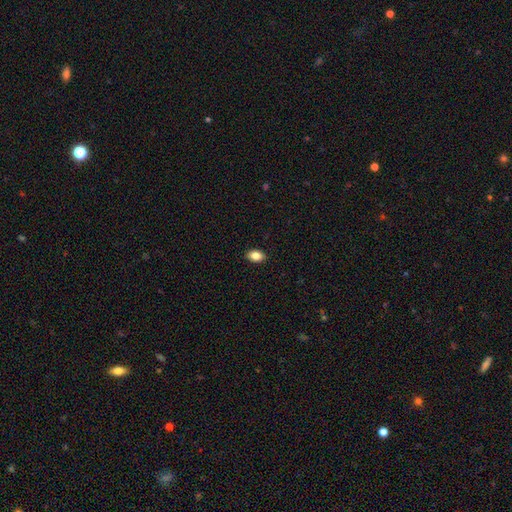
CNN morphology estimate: The model was most divided on "how rounded": in between: 86%, round: 12%, cigar-shaped: 2%. More confident: merging — none (90%); smooth or featured — smooth (85%).